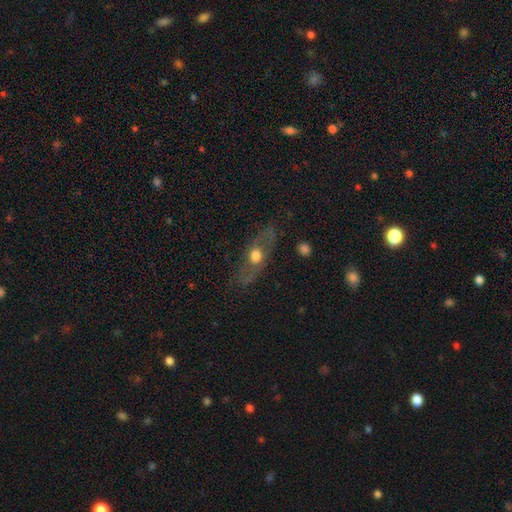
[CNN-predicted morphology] Overall: featured or disk (54%; smooth 38%). Edge-on disk: no (60%; yes 40%). Merging: none (75%).